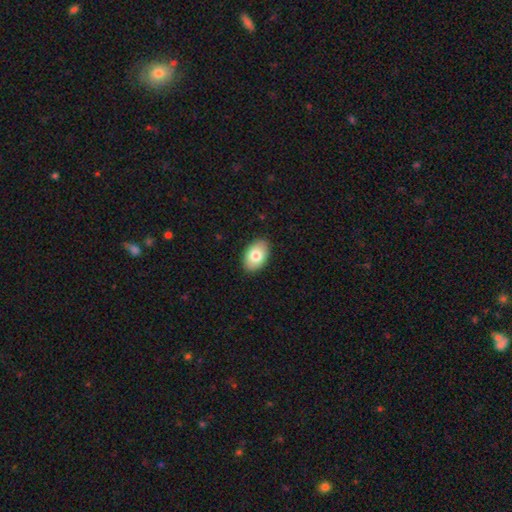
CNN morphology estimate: Smooth or featured?
  - smooth: 80% *
  - featured or disk: 13%
  - star or artifact: 7%
How rounded?
  - in between: 90% *
  - round: 9%
  - cigar-shaped: 1%
Merging?
  - none: 88% *
  - minor disturbance: 9%
  - major disturbance: 2%
  - merger: 1%